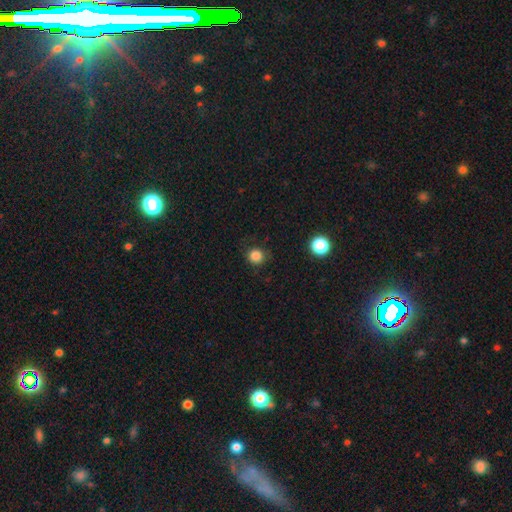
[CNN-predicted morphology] Smooth or featured? smooth (84%)
How rounded? round (90%)
Merging? none (83%)